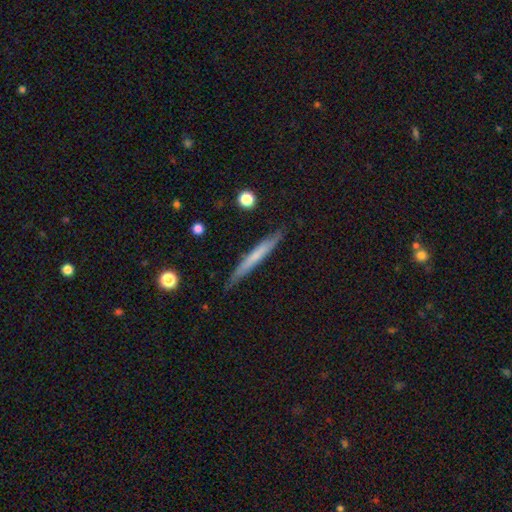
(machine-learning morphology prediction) Smooth or featured: smooth — 56% (featured or disk — 38%)
How rounded: cigar-shaped — 96% (in between — 3%)
Merging: none — 85% (minor disturbance — 11%)